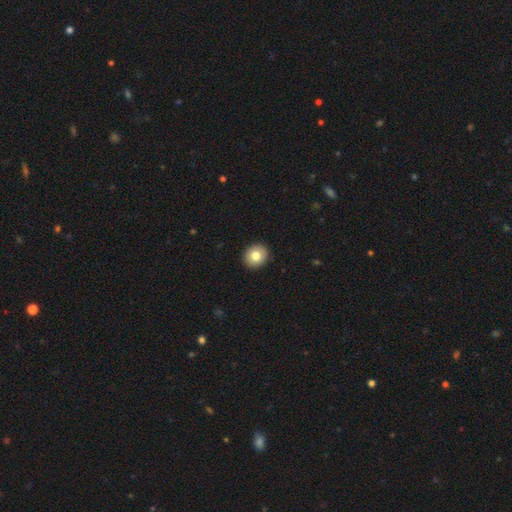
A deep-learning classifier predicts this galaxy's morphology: Q: Smooth or featured?
A: smooth (79%); runner-up: featured or disk (13%)
Q: How rounded?
A: round (74%); runner-up: in between (25%)
Q: Merging?
A: none (92%); runner-up: minor disturbance (5%)